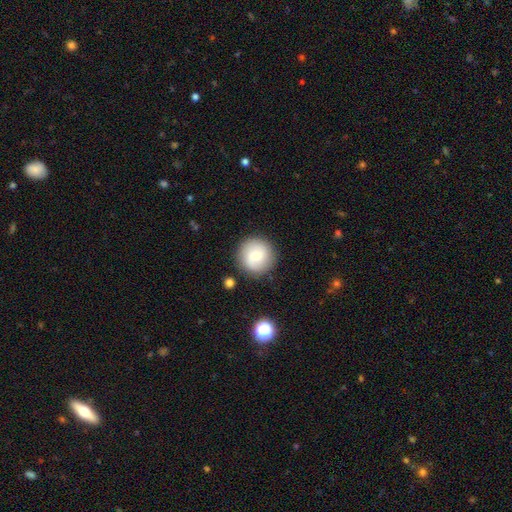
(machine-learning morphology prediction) A smooth galaxy with no disk features (64%) that is round (96%). Merging: none (87%).